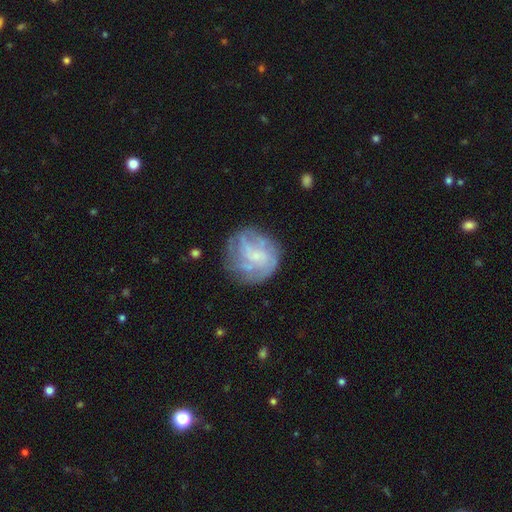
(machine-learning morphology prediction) smooth_or_featured: featured or disk (p=0.65) [alt: smooth p=0.26]
disk_edge_on: no (p=0.98) [alt: yes p=0.02]
bar: no (p=0.70) [alt: weak p=0.25]
has_spiral_arms: yes (p=0.70) [alt: no p=0.30]
bulge_size: small (p=0.66) [alt: none p=0.18]
merging: none (p=0.64) [alt: minor disturbance p=0.19]